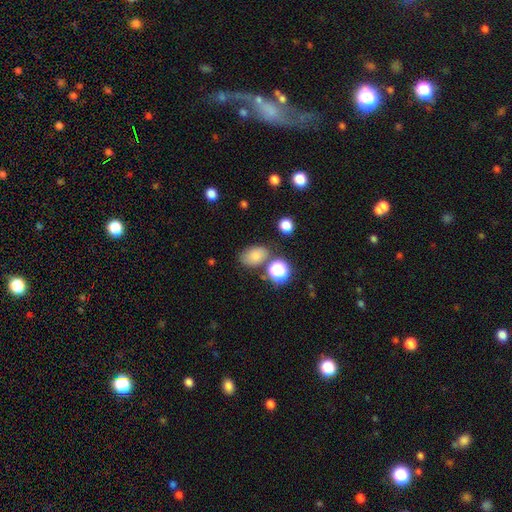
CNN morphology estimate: smooth 76%, star or artifact 15%, featured or disk 9%. Down the decision tree: how rounded — in between (78%); merging — none (69%).